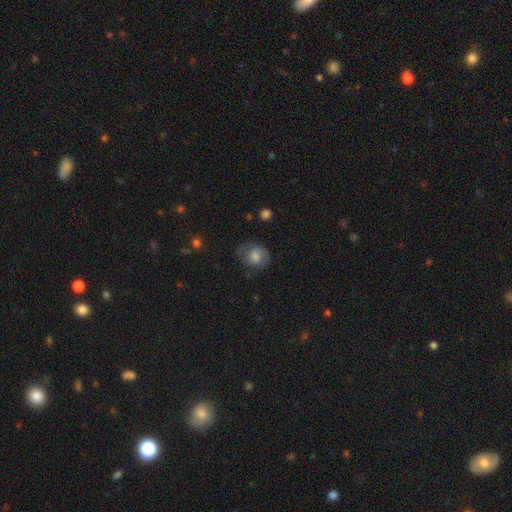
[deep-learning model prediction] Smooth or featured? smooth (68%)
How rounded? round (58%)
Merging? none (58%)